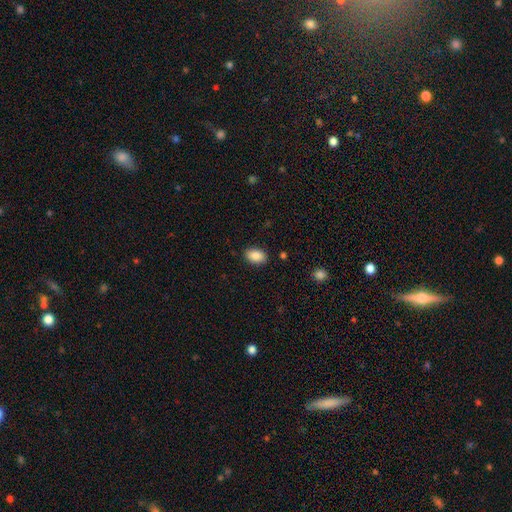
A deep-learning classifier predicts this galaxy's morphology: Smooth or featured? Predicted: smooth (p=0.89). How rounded? Predicted: in between (p=0.89). Merging? Predicted: none (p=0.87).